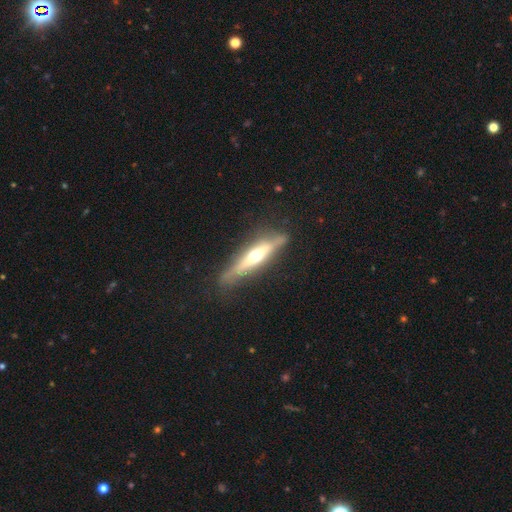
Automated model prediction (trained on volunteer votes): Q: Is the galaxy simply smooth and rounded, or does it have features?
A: featured or disk — 67%.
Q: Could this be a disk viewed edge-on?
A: yes — 92%.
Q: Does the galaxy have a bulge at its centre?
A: rounded — 89%.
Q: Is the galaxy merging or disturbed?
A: none — 77%.